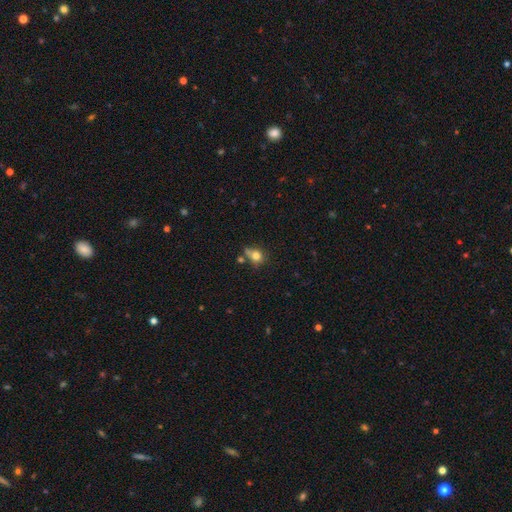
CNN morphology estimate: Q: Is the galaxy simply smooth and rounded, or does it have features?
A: smooth — 77%.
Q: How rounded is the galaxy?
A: round — 59%.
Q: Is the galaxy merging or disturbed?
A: none — 47%.